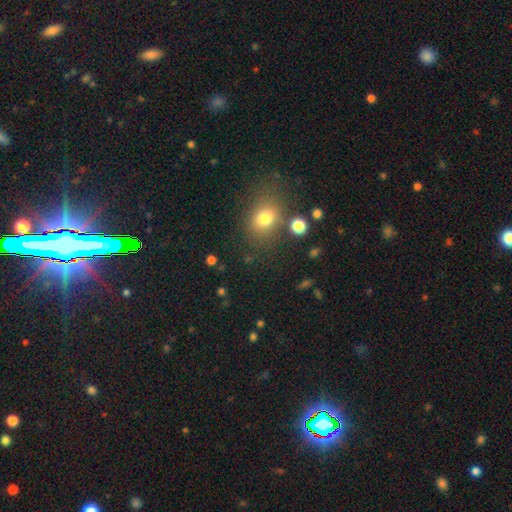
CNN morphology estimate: This appears to be a smooth galaxy with no disk features (43%, tied with star or artifact). Merging: none (82%).